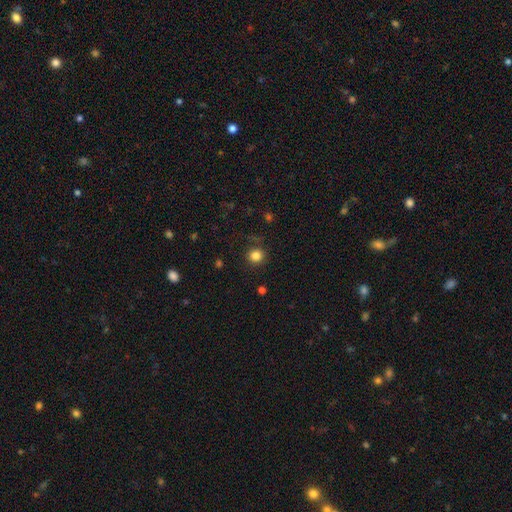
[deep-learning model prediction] Smooth or featured? smooth (83%)
How rounded? round (91%)
Merging? none (86%)